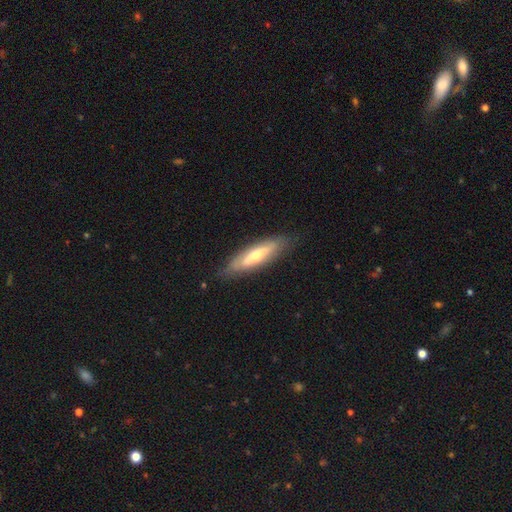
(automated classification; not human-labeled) Morphology: type=featured or disk (55%); edge-on=yes (57%); merging=none (82%).